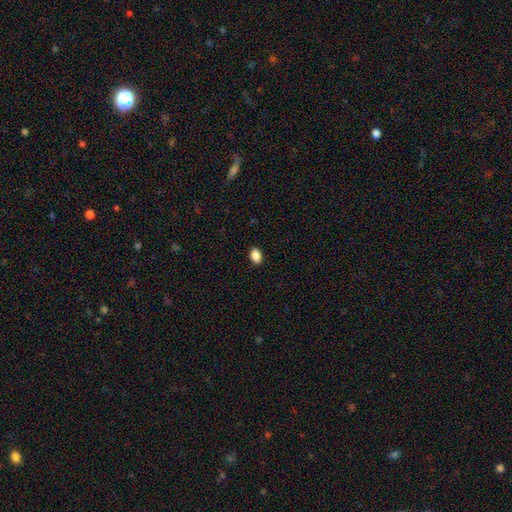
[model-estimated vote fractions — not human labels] smooth 88%, star or artifact 9%, featured or disk 3%. Down the decision tree: how rounded — in between (83%); merging — none (89%).